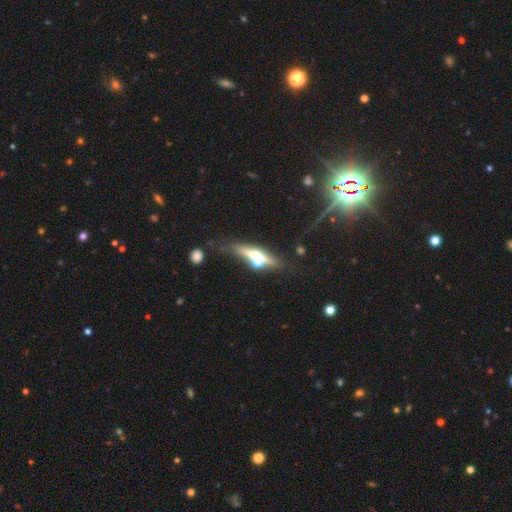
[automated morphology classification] Smooth or featured?
  - featured or disk: 63% *
  - smooth: 28%
  - star or artifact: 9%
Edge-on disk?
  - yes: 86% *
  - no: 14%
Edge-on bulge?
  - rounded: 92% *
  - boxy: 4%
  - none: 4%
Merging?
  - none: 55% *
  - merger: 24%
  - minor disturbance: 14%
  - major disturbance: 7%